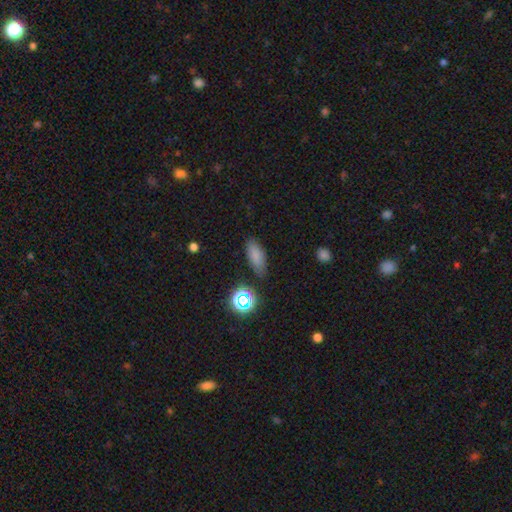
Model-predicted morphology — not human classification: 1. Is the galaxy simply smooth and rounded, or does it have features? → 77% smooth, 15% star or artifact, 8% featured or disk.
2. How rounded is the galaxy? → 80% in between, 15% cigar-shaped, 5% round.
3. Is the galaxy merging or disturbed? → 80% none, 13% minor disturbance, 4% major disturbance, 3% merger.